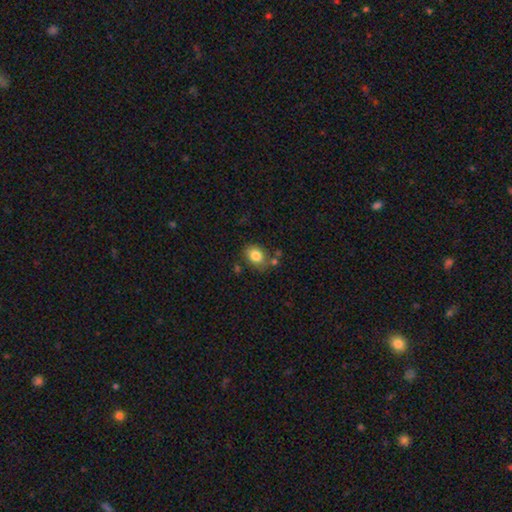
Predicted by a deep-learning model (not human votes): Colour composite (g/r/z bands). It shows a smooth galaxy with no disk features (82%) that is in between round and cigar-shaped (56%). Merging: none (71%).